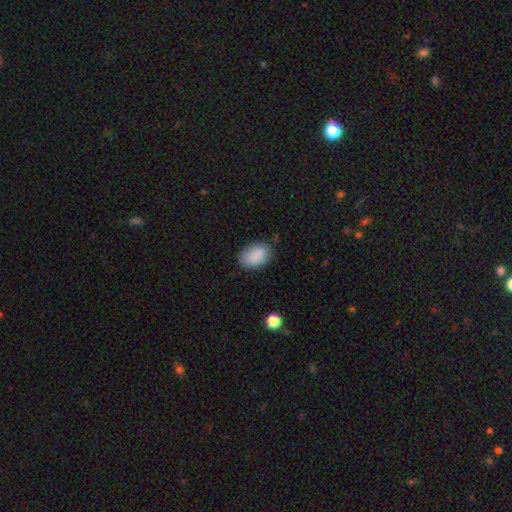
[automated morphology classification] smooth 87%, star or artifact 7%, featured or disk 5%. Down the decision tree: how rounded — in between (87%); merging — none (76%).